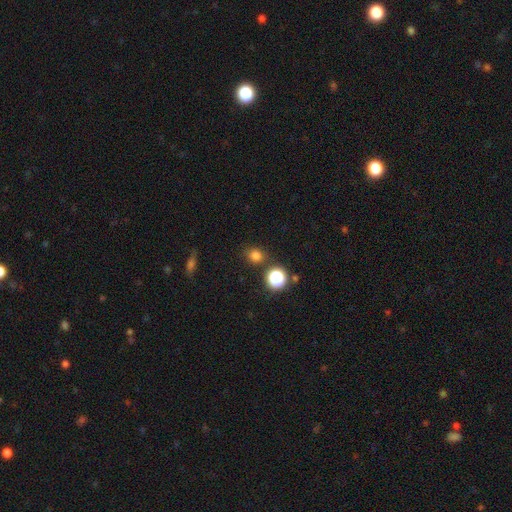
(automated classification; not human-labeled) Smooth or featured?
  - smooth: 76% *
  - star or artifact: 19%
  - featured or disk: 5%
How rounded?
  - round: 75% *
  - in between: 23%
  - cigar-shaped: 1%
Merging?
  - none: 82% *
  - minor disturbance: 10%
  - merger: 5%
  - major disturbance: 3%